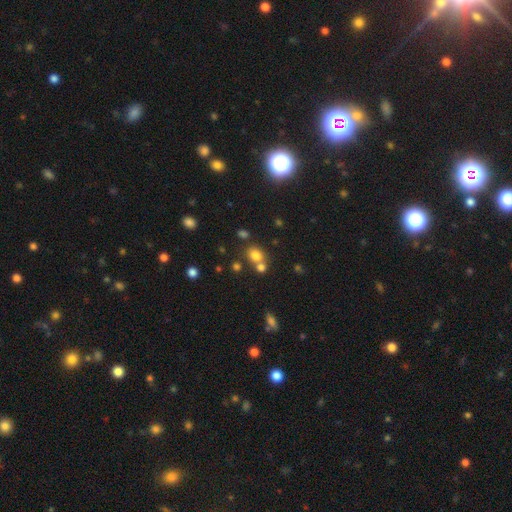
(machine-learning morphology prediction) This appears to be a smooth galaxy with no disk features (76%) that is round (66%). Merging: none (55%).